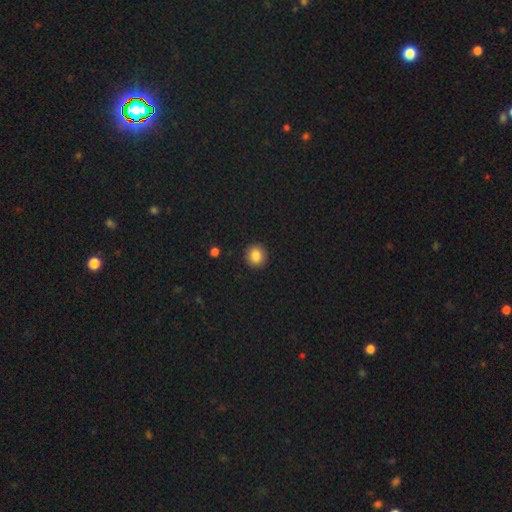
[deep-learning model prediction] Morphology: type=smooth (86%); roundness=round (88%); merging=none (92%).